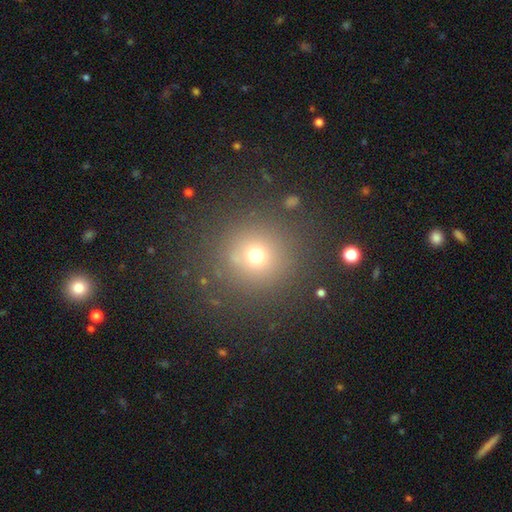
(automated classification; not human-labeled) Morphology: type=smooth (66%); roundness=round (93%); merging=none (84%).